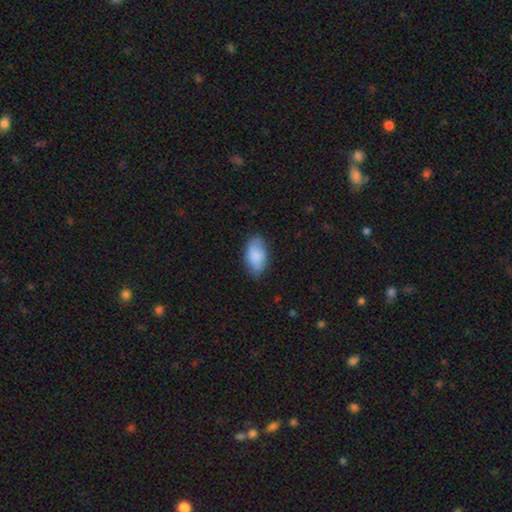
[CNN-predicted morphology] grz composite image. It shows a smooth galaxy with no disk features (84%) that is in between round and cigar-shaped (94%). Merging: none (78%).